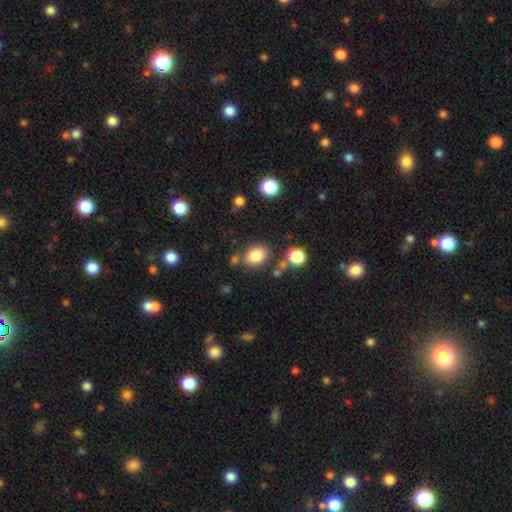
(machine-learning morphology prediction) smooth-or-featured: smooth: 83% | star or artifact: 10% | featured or disk: 7%
  how-rounded: in between: 63% | round: 36% | cigar-shaped: 1%
  merging: none: 76% | minor disturbance: 12% | merger: 8% | major disturbance: 4%